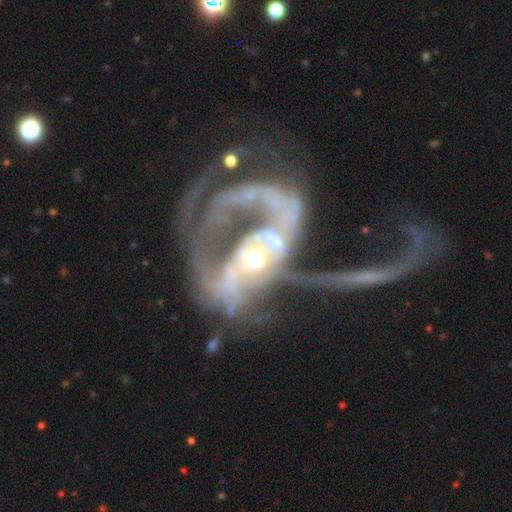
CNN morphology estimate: Overall: featured or disk (84%). Edge-on disk: no (96%). Bar: no (62%; weak 22%). Spiral arms: yes (72%). Spiral arm count: 2 (39%; can't tell 26%). Spiral winding: loose (52%; medium 32%). Bulge size: moderate (66%). Merging: major disturbance (48%; merger 35%).